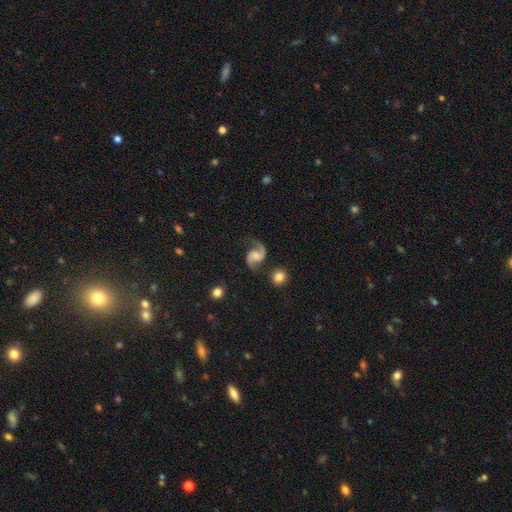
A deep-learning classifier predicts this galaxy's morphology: Smooth or featured?
  - featured or disk: 89% *
  - smooth: 6%
  - star or artifact: 5%
Edge-on disk?
  - no: 98% *
  - yes: 2%
Bar?
  - no: 53% *
  - weak: 38%
  - strong: 9%
Spiral arms?
  - yes: 98% *
  - no: 2%
Spiral winding?
  - loose: 52% *
  - medium: 41%
  - tight: 7%
Spiral arm count?
  - 2: 93% *
  - 1: 3%
  - can't tell: 1%
  - 3: 1%
  - 4: 1%
  - more than 4: 1%
Bulge size?
  - none: 31% *
  - moderate: 29%
  - small: 25%
  - large: 13%
  - dominant: 3%
Merging?
  - none: 75% *
  - minor disturbance: 14%
  - major disturbance: 7%
  - merger: 4%